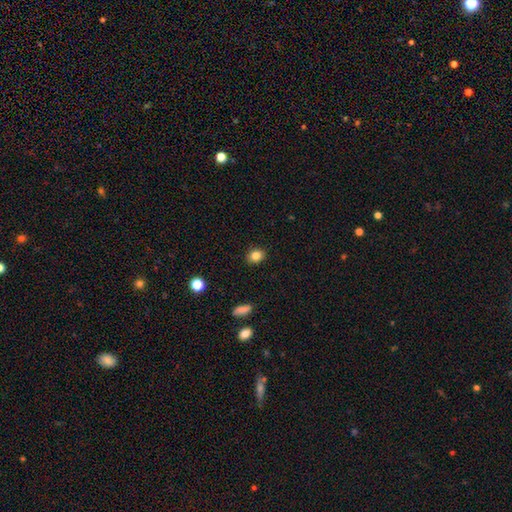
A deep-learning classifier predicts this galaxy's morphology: The model was most divided on "how rounded": round: 53%, in between: 46%, cigar-shaped: 1%. More confident: merging — none (90%); smooth or featured — smooth (83%).